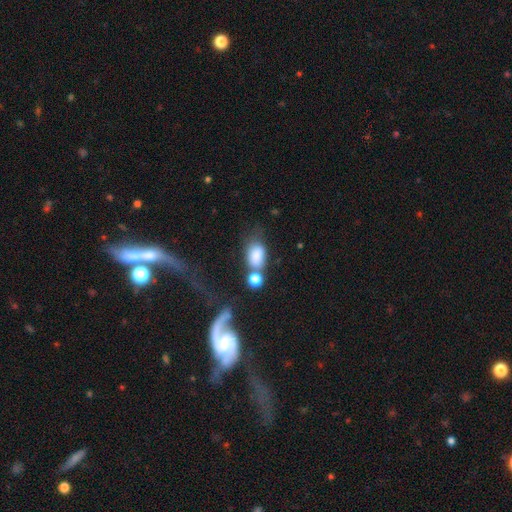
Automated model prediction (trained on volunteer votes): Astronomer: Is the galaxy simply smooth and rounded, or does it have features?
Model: smooth — 80%.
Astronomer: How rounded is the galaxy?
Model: in between — 84%.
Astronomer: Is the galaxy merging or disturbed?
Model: merger — 36% (runner-up: none, 33%).